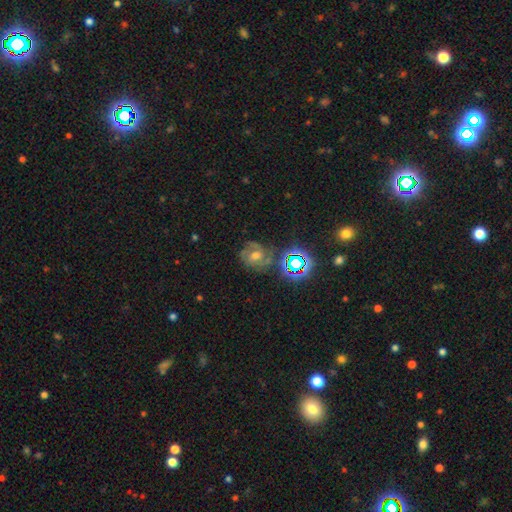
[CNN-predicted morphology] Smooth or featured: featured or disk — 52% (star or artifact — 28%)
Edge-on disk: no — 96% (yes — 4%)
Bar: no — 48% (weak — 38%)
Spiral arms: yes — 85% (no — 15%)
Bulge size: moderate — 65% (small — 25%)
Merging: none — 68% (minor disturbance — 18%)